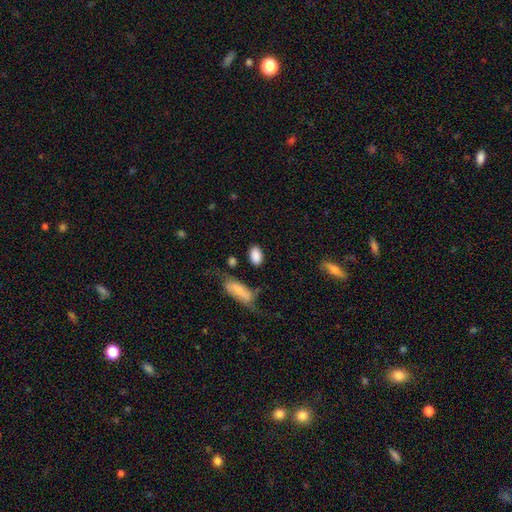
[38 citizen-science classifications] smooth-or-featured: smooth: 89% | featured or disk: 5% | star or artifact: 5%
  how-rounded: in between: 97% | round: 3% | cigar-shaped: 0%
  merging: none: 83% | minor disturbance: 11% | major disturbance: 6% | merger: 0%